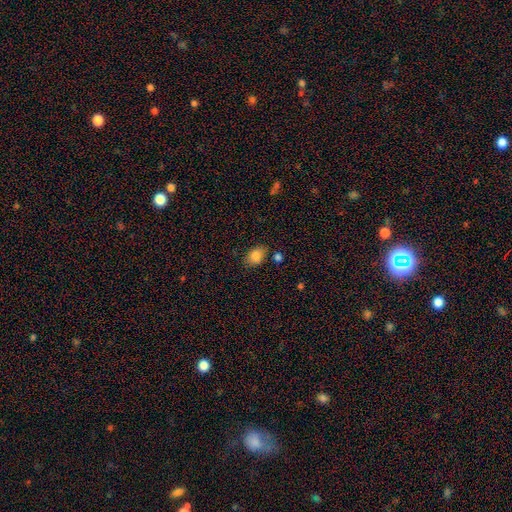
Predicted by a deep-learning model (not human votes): smooth-or-featured: smooth: 85% | star or artifact: 10% | featured or disk: 6%
  how-rounded: in between: 74% | round: 24% | cigar-shaped: 1%
  merging: none: 73% | minor disturbance: 17% | merger: 5% | major disturbance: 4%